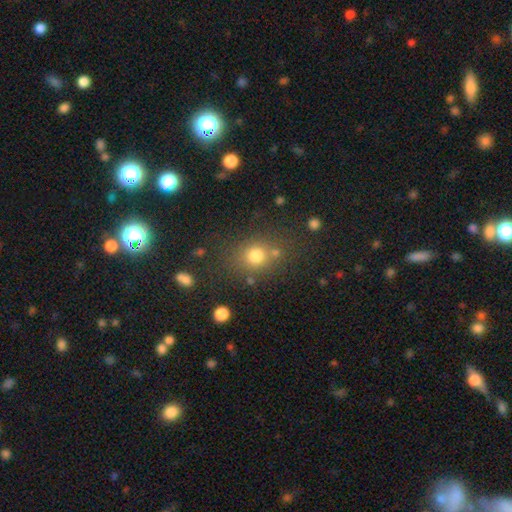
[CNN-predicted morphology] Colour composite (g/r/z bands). It shows a smooth galaxy with no disk features (75%) that is round (75%). Merging: none (69%).